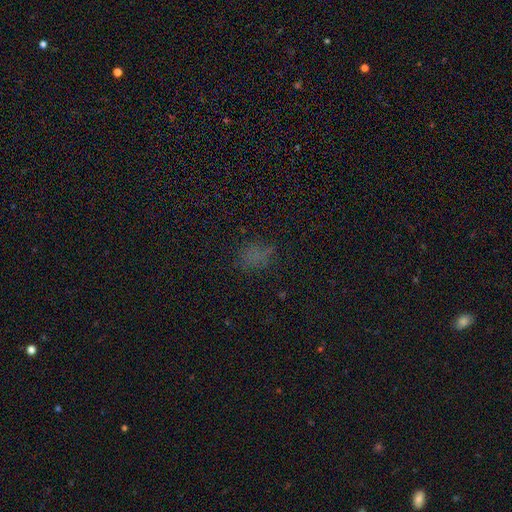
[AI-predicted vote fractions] A smooth galaxy with no disk features (56%) that is in between round and cigar-shaped (54%). Merging: none (69%).